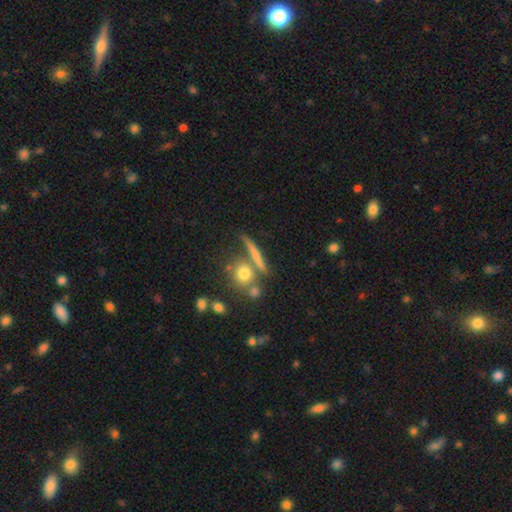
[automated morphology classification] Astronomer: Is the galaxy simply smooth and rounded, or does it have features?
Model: smooth — 57% (runner-up: featured or disk, 32%).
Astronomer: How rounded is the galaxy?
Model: cigar-shaped — 61%.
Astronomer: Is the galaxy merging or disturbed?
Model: none — 66%.